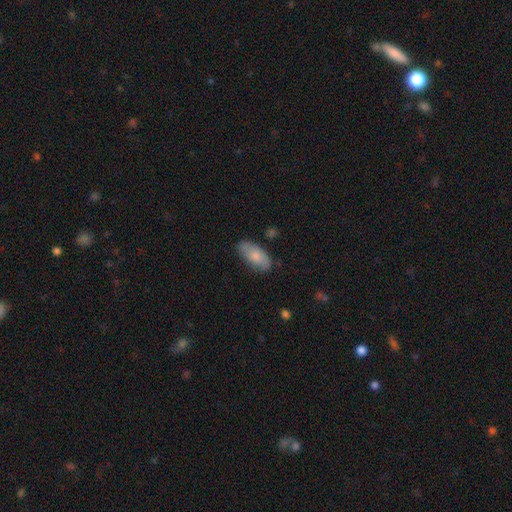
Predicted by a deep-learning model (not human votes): Smooth or featured?
  - smooth: 75% *
  - featured or disk: 19%
  - star or artifact: 6%
How rounded?
  - in between: 91% *
  - cigar-shaped: 6%
  - round: 3%
Merging?
  - none: 78% *
  - minor disturbance: 17%
  - major disturbance: 3%
  - merger: 2%